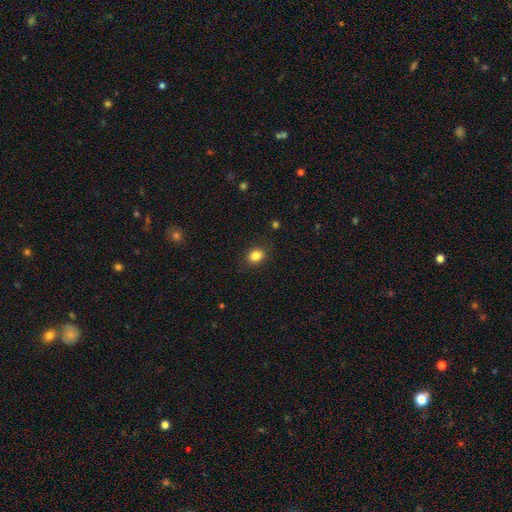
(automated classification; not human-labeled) The model was most divided on "how rounded": round: 56%, in between: 43%, cigar-shaped: 1%. More confident: merging — none (87%); smooth or featured — smooth (84%).